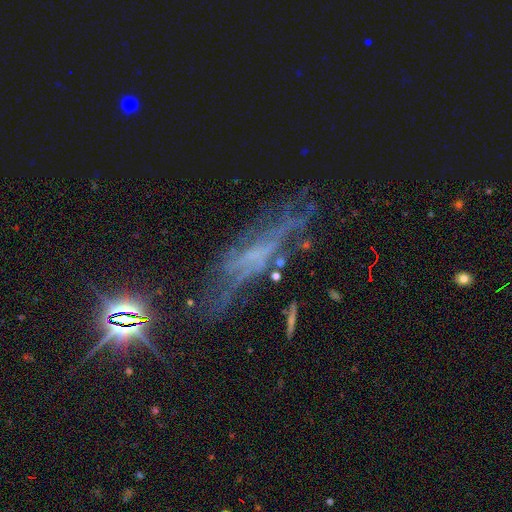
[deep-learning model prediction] This appears to be a featured or disk galaxy (58%). Merging: none (53%).